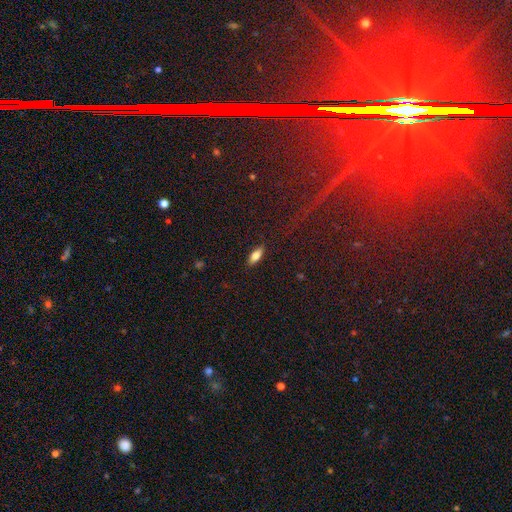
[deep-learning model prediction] A smooth galaxy with no disk features (75%) that is in between round and cigar-shaped (73%).

Vote fractions:
- Smooth or featured? smooth: 75% / featured or disk: 18% / star or artifact: 8%
- How rounded? in between: 73% / cigar-shaped: 25% / round: 3%
- Merging? none: 89% / minor disturbance: 8% / major disturbance: 2% / merger: 1%